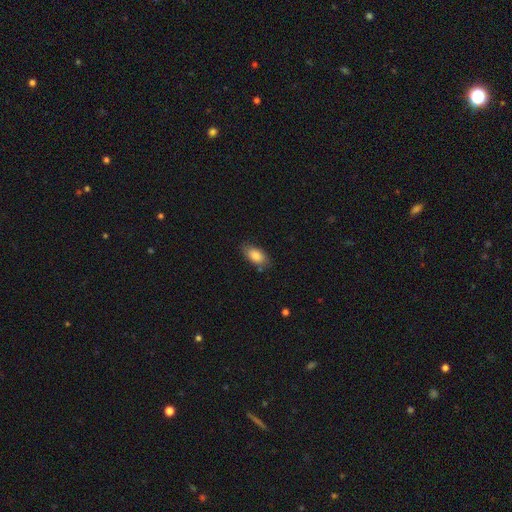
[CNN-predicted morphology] This is clearly a smooth galaxy (83%). How rounded: clearly in between (91%). Merging: likely none (74%).